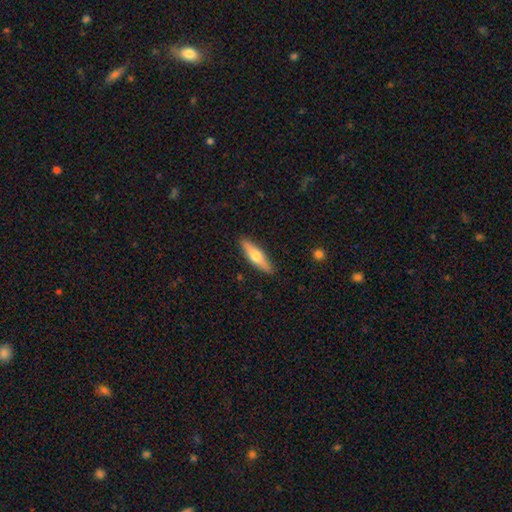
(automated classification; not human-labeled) This appears to be a smooth galaxy with no disk features (54%) that is cigar-shaped (67%). Merging: none (89%).